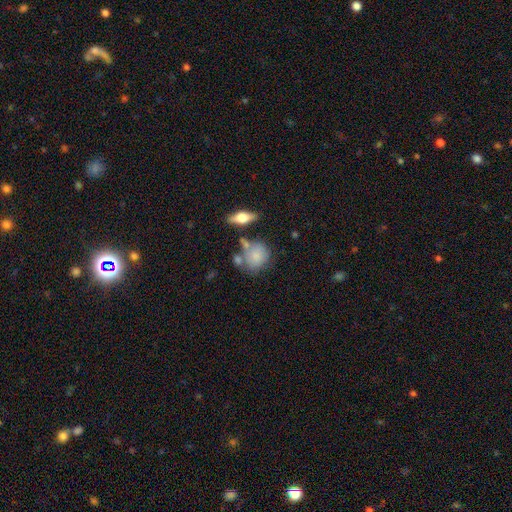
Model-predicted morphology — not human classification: A smooth galaxy with no disk features (75%) that is round (61%).

Vote fractions:
- Smooth or featured? smooth: 75% / featured or disk: 16% / star or artifact: 9%
- How rounded? round: 61% / in between: 37% / cigar-shaped: 2%
- Merging? none: 52% / minor disturbance: 22% / merger: 18% / major disturbance: 9%